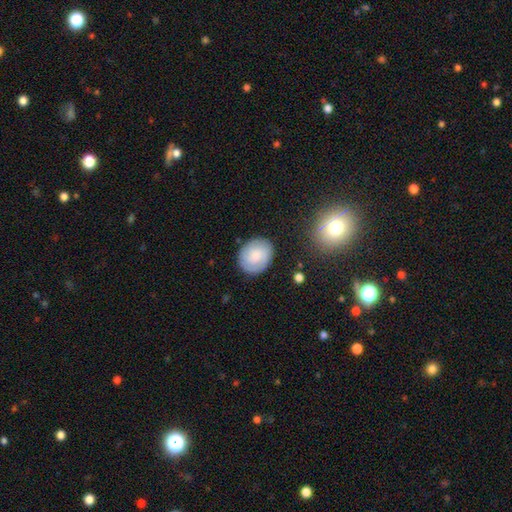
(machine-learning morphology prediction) Overall: smooth (59%; featured or disk 33%). How rounded: round (58%; in between 41%). Merging: none (83%).